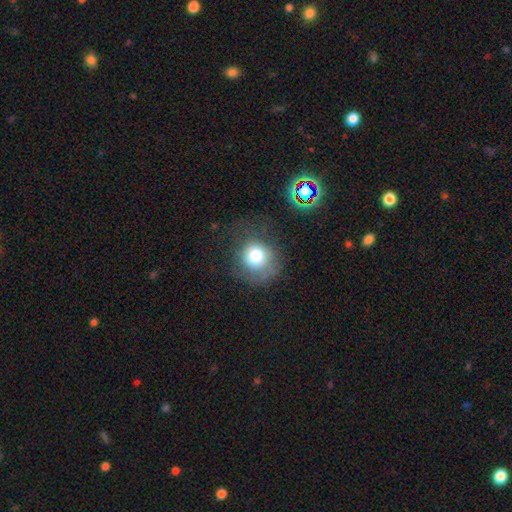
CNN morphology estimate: Overall: smooth (72%). How rounded: round (86%). Merging: none (54%; major disturbance 22%).